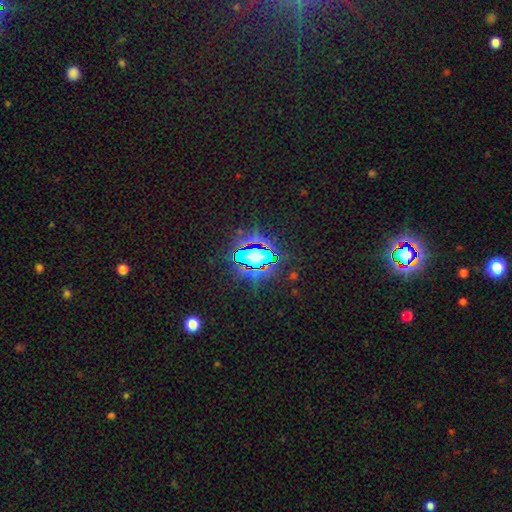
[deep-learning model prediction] star or artifact 80%, smooth 12%, featured or disk 8%.